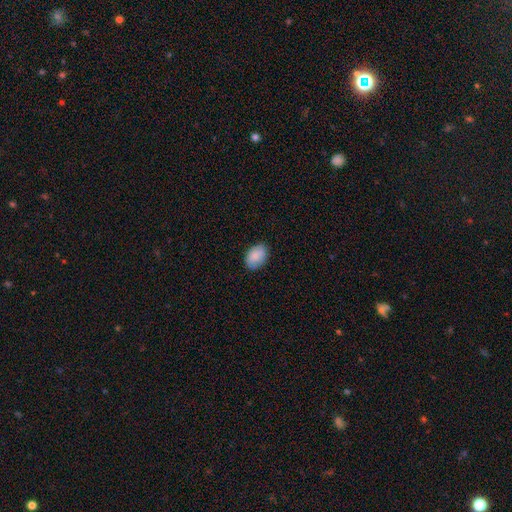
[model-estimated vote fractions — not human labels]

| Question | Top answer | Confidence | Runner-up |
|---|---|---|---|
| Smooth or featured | smooth | 88% | star or artifact (7%) |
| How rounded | in between | 83% | round (16%) |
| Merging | none | 85% | minor disturbance (12%) |